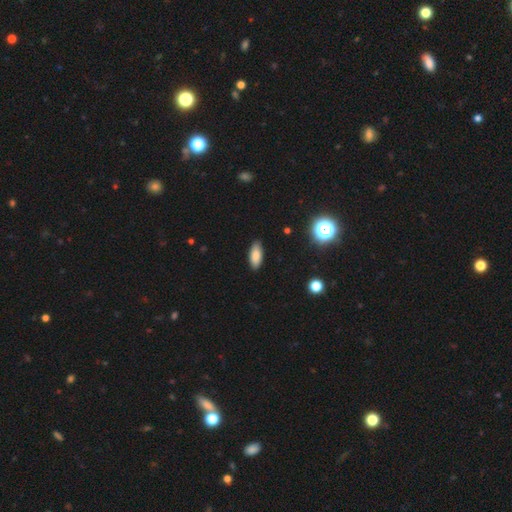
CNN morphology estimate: Smooth or featured?
  - smooth: 83% *
  - featured or disk: 8%
  - star or artifact: 8%
How rounded?
  - in between: 84% *
  - cigar-shaped: 14%
  - round: 2%
Merging?
  - none: 88% *
  - minor disturbance: 10%
  - major disturbance: 2%
  - merger: 1%